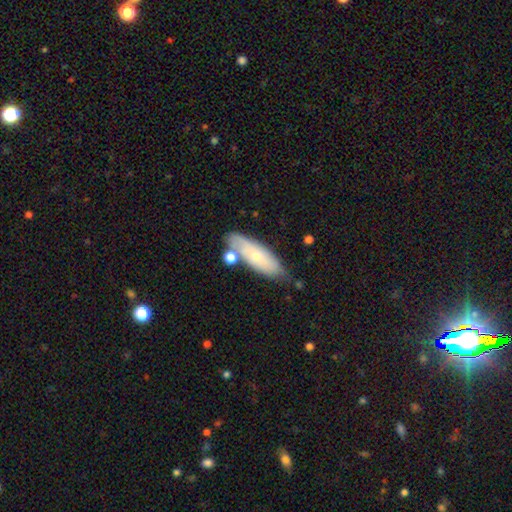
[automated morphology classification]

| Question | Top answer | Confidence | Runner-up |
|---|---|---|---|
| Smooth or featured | smooth | 59% | featured or disk (34%) |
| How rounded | in between | 62% | cigar-shaped (35%) |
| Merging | none | 64% | minor disturbance (20%) |